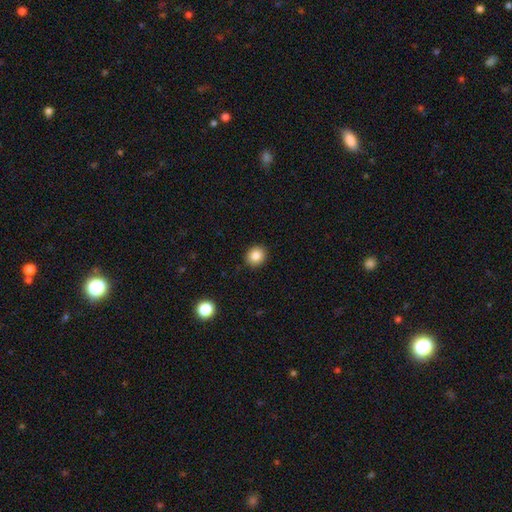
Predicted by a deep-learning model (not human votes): smooth-or-featured: smooth: 85% | star or artifact: 10% | featured or disk: 5%
  how-rounded: round: 83% | in between: 16% | cigar-shaped: 1%
  merging: none: 91% | minor disturbance: 6% | major disturbance: 2% | merger: 1%